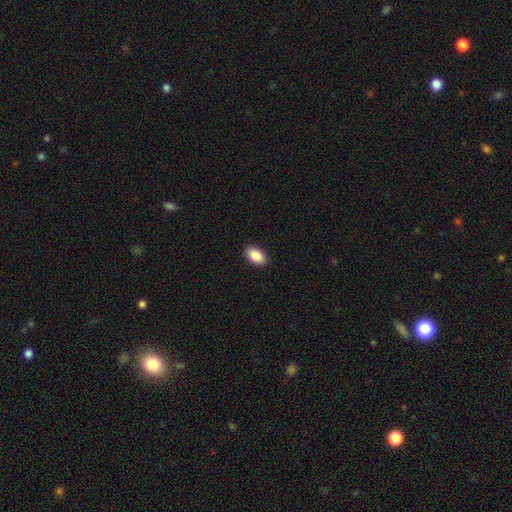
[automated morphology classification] Smooth or featured? Predicted: smooth (p=0.88). How rounded? Predicted: in between (p=0.93). Merging? Predicted: none (p=0.90).